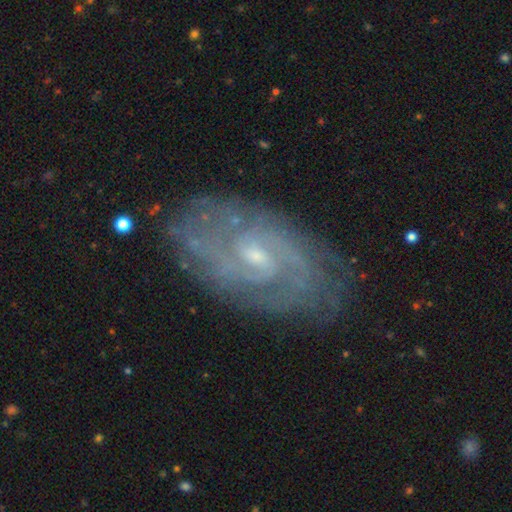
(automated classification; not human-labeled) smooth-or-featured: featured or disk: 85% | smooth: 8% | star or artifact: 7%
  disk-edge-on: no: 96% | yes: 4%
    bar: weak: 50% | no: 41% | strong: 9%
    has-spiral-arms: yes: 95% | no: 5%
      spiral-winding: tight: 57% | medium: 34% | loose: 9%
      spiral-arm-count: 2: 45% | can't tell: 28% | 3: 11% | 4: 6% | more than 4: 5% | 1: 5%
    bulge-size: small: 65% | moderate: 29% | none: 3% | large: 1% | dominant: 1%
  merging: none: 80% | minor disturbance: 14% | major disturbance: 5% | merger: 2%